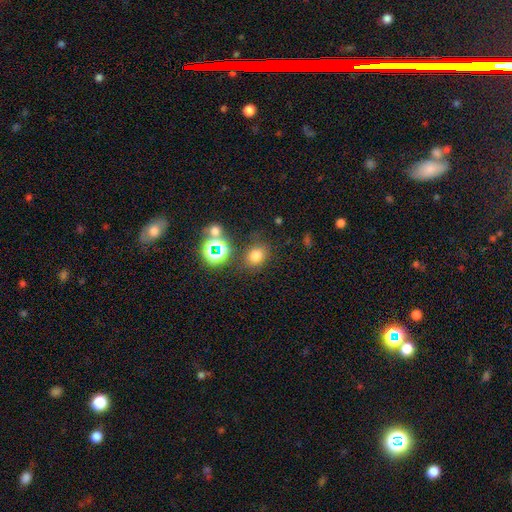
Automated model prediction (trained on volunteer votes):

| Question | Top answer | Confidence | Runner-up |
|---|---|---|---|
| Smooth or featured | smooth | 70% | star or artifact (22%) |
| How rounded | round | 60% | in between (39%) |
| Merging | none | 76% | minor disturbance (12%) |